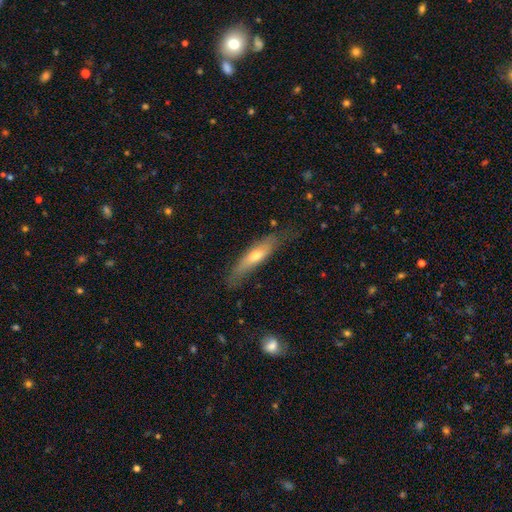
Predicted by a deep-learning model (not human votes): smooth_or_featured: smooth (p=0.51) [alt: featured or disk p=0.43]
how_rounded: cigar-shaped (p=0.75) [alt: in between p=0.23]
merging: none (p=0.69) [alt: minor disturbance p=0.23]